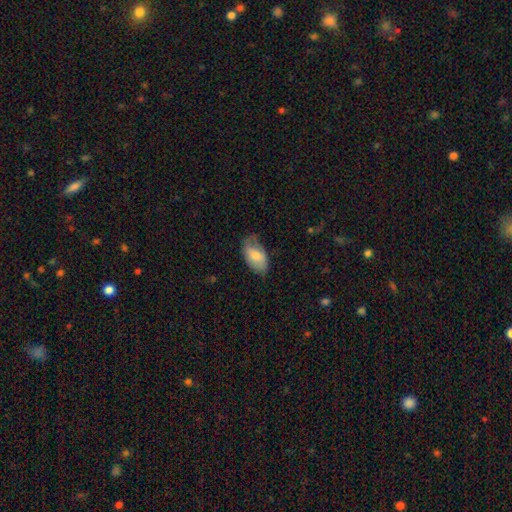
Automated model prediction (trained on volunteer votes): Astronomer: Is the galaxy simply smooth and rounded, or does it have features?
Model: smooth — 69%.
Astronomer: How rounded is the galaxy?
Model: in between — 93%.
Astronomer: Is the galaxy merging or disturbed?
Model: none — 57% (runner-up: minor disturbance, 32%).